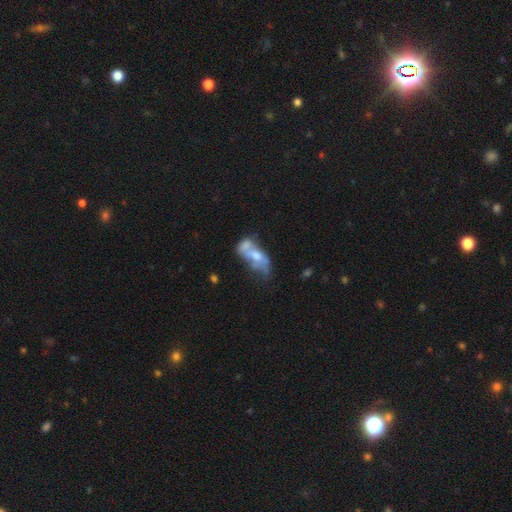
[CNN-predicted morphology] smooth-or-featured: featured or disk: 50% | smooth: 41% | star or artifact: 9%
  disk-edge-on: no: 92% | yes: 8%
  merging: merger: 43% | major disturbance: 21% | none: 20% | minor disturbance: 17%